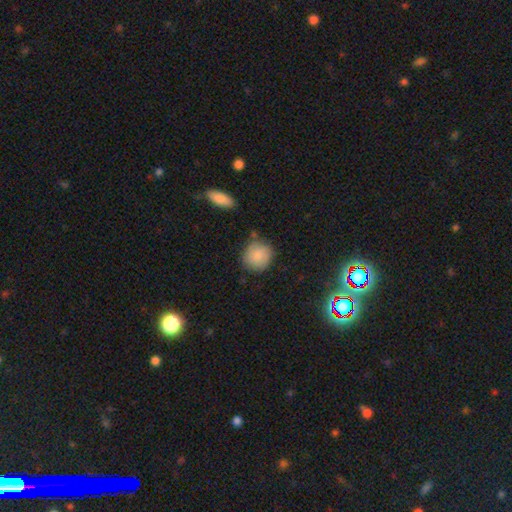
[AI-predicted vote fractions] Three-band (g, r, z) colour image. It shows a smooth galaxy with no disk features (85%) that is round (89%). Merging: none (75%).